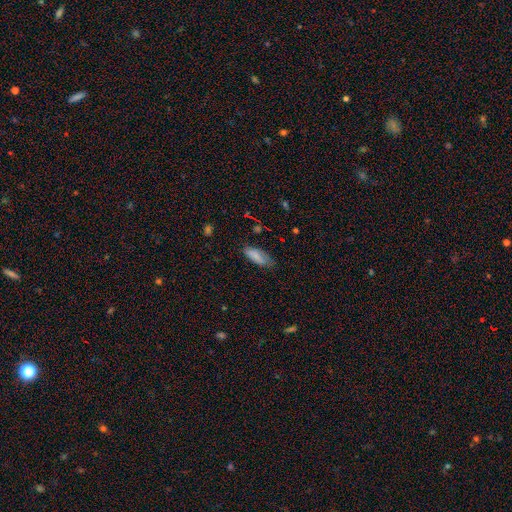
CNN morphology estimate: smooth_or_featured: smooth (p=0.80) [alt: featured or disk p=0.13]
how_rounded: in between (p=0.78) [alt: cigar-shaped p=0.20]
merging: none (p=0.62) [alt: minor disturbance p=0.29]